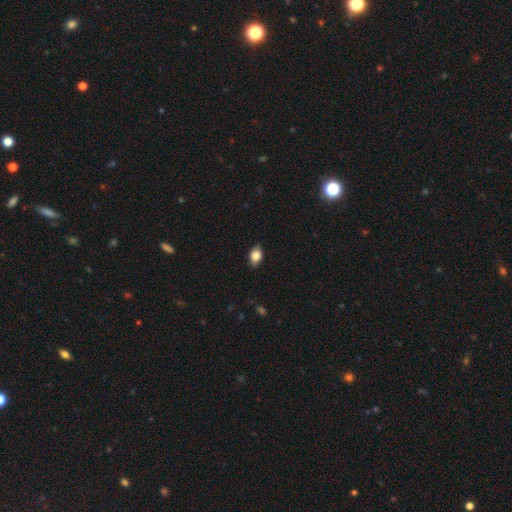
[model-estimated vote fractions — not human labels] This is clearly a smooth galaxy (85%). How rounded: clearly in between (82%). Merging: clearly none (85%).